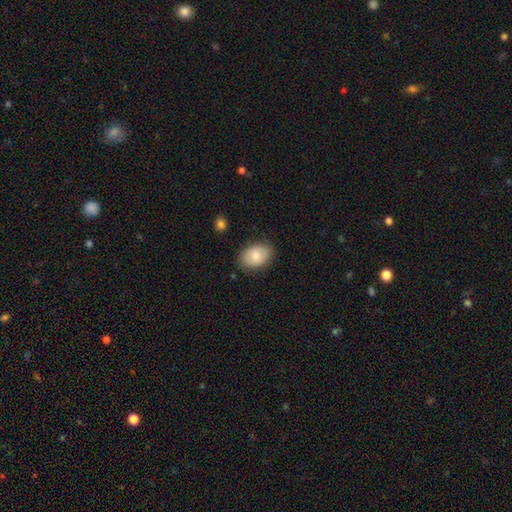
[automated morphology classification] This is likely a smooth galaxy (77%). How rounded: clearly in between (82%). Merging: clearly none (84%).